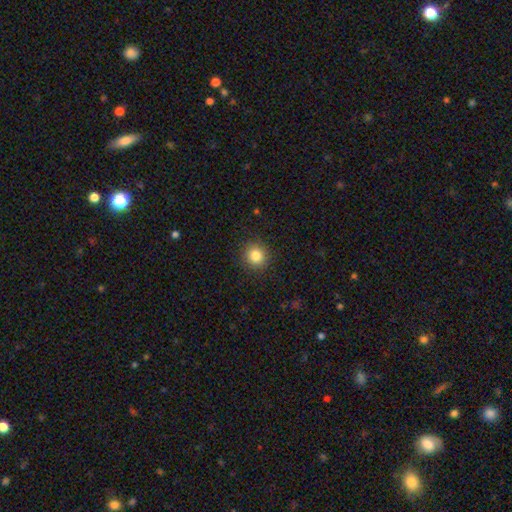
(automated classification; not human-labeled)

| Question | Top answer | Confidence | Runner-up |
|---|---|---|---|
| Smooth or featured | smooth | 82% | star or artifact (11%) |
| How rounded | round | 93% | in between (7%) |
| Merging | none | 91% | minor disturbance (6%) |